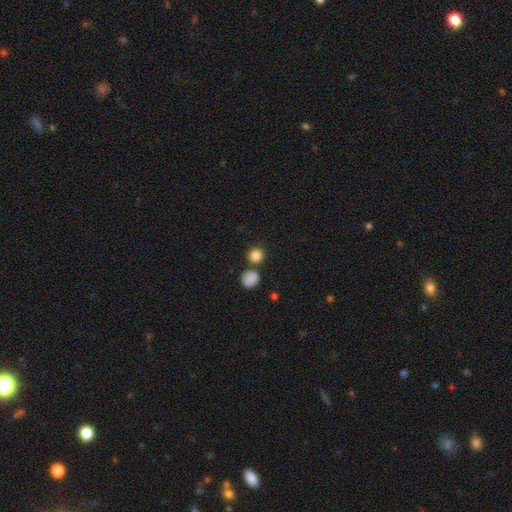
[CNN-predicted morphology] This is clearly a smooth galaxy (84%). How rounded: clearly round (90%). Merging: likely none (70%).